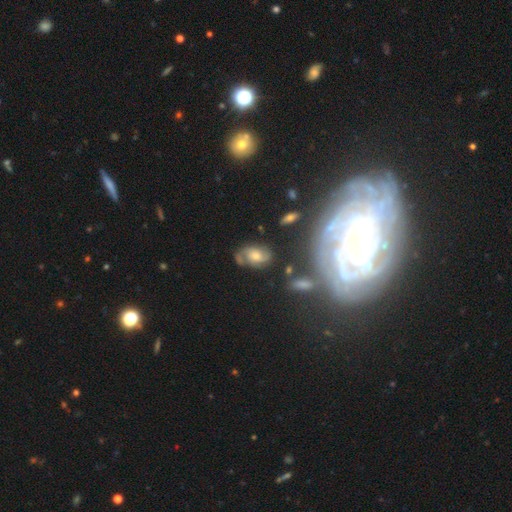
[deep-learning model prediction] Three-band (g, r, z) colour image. It shows a featured or disk galaxy (66%) with no bar (64%), 2 (72%) medium (46%) spiral arms (87%) and a moderate central bulge (48%). Merging: none (62%).